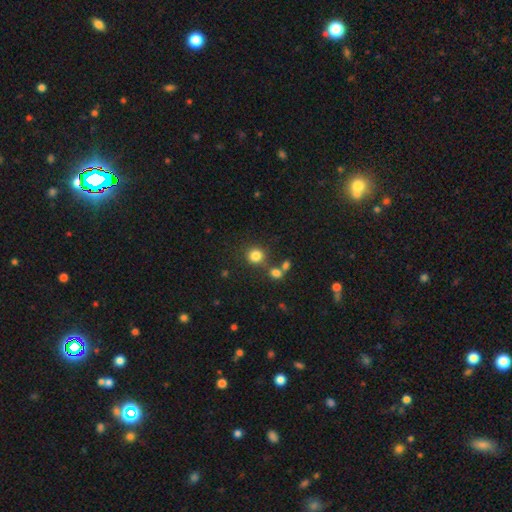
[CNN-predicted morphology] Smooth or featured? smooth (82%)
How rounded? round (90%)
Merging? none (74%)